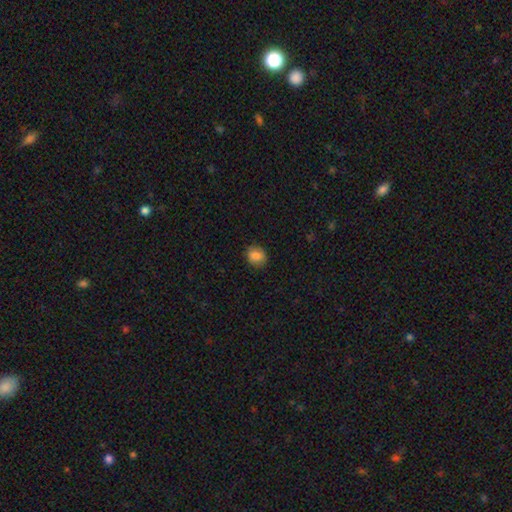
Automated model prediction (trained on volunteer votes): smooth-or-featured: smooth: 85% | star or artifact: 9% | featured or disk: 6%
  how-rounded: round: 60% | in between: 39% | cigar-shaped: 1%
  merging: none: 84% | minor disturbance: 12% | major disturbance: 3% | merger: 1%